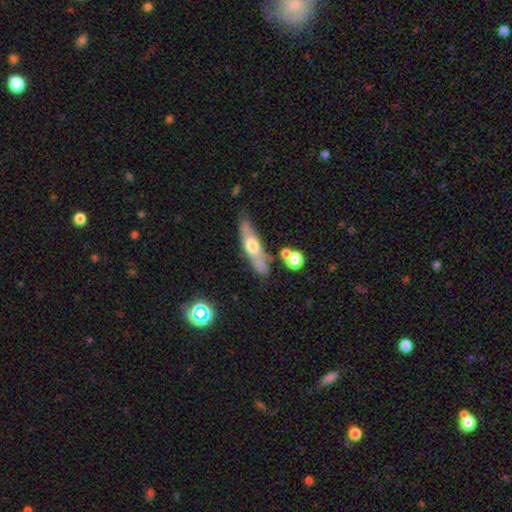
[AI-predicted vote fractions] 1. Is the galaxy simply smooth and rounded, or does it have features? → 59% featured or disk, 32% smooth, 10% star or artifact.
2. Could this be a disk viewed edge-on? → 84% yes, 16% no.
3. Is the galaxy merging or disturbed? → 74% none, 13% minor disturbance, 9% merger, 4% major disturbance.